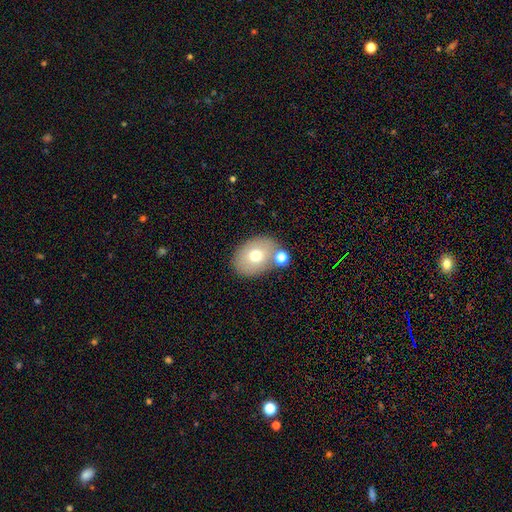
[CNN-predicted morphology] type=smooth (70%); roundness=in between (73%); merging=none (71%).